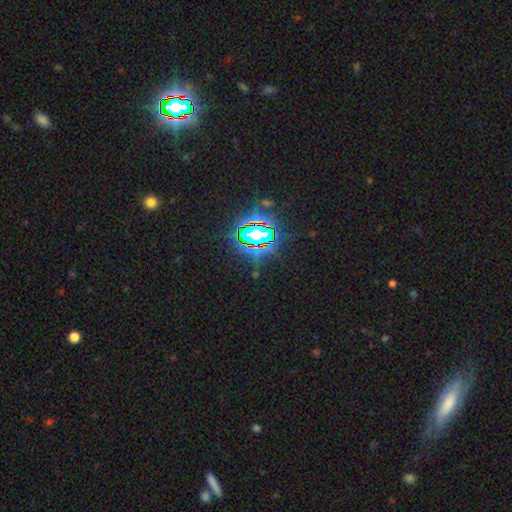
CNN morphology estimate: star or artifact 79%, smooth 12%, featured or disk 9%.